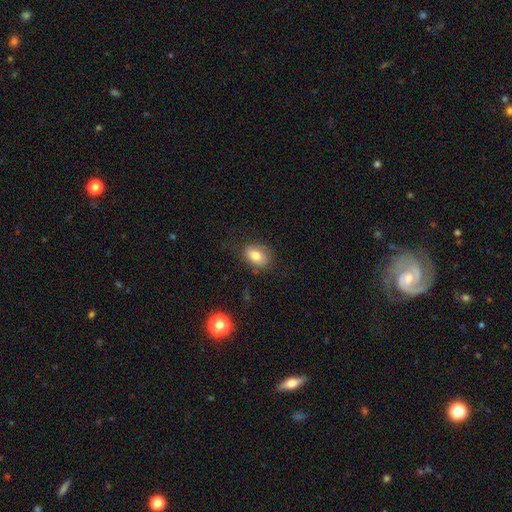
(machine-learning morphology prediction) smooth_or_featured: smooth (p=0.76) [alt: featured or disk p=0.14]
how_rounded: in between (p=0.71) [alt: round p=0.28]
merging: none (p=0.74) [alt: minor disturbance p=0.19]